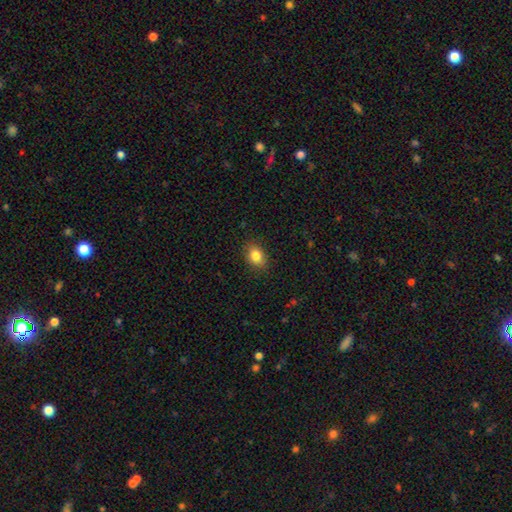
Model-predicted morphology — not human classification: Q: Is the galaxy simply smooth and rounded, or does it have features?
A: smooth — 83%.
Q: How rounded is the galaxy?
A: in between — 67%.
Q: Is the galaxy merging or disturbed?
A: none — 86%.